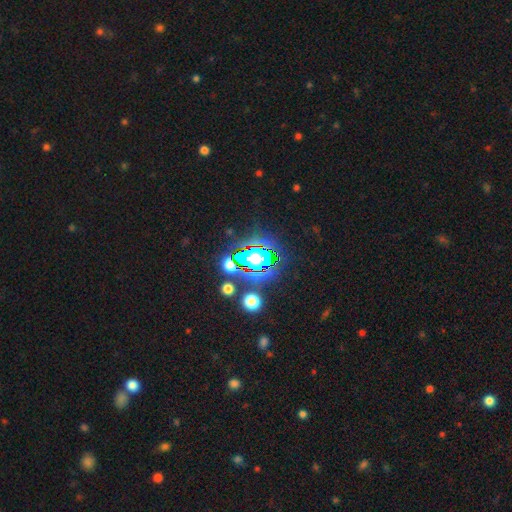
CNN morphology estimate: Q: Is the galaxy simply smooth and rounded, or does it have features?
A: star or artifact — 80%.